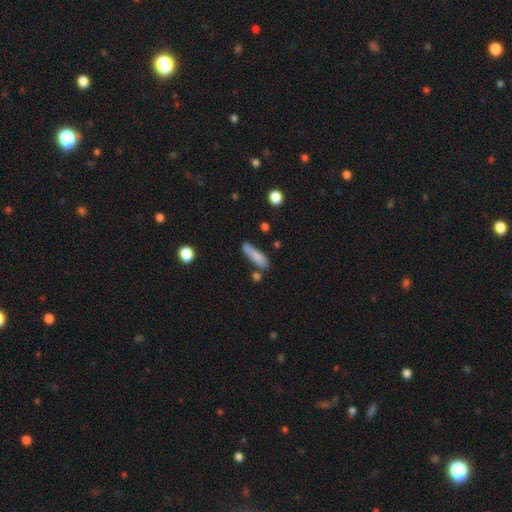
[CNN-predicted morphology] Smooth or featured? Predicted: smooth (p=0.80). How rounded? Predicted: cigar-shaped (p=0.74). Merging? Predicted: none (p=0.64).